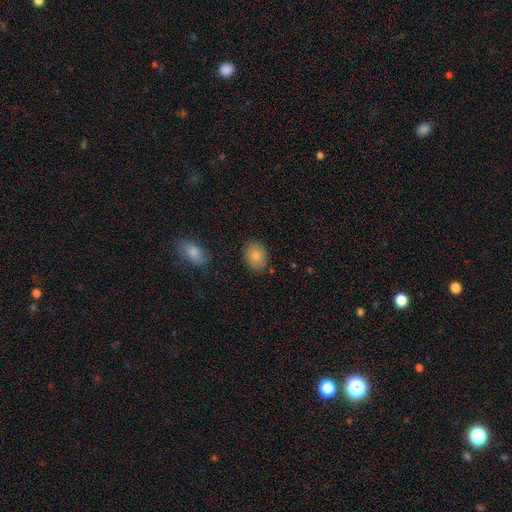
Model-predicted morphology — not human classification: type=smooth (82%); roundness=in between (61%); merging=none (85%).